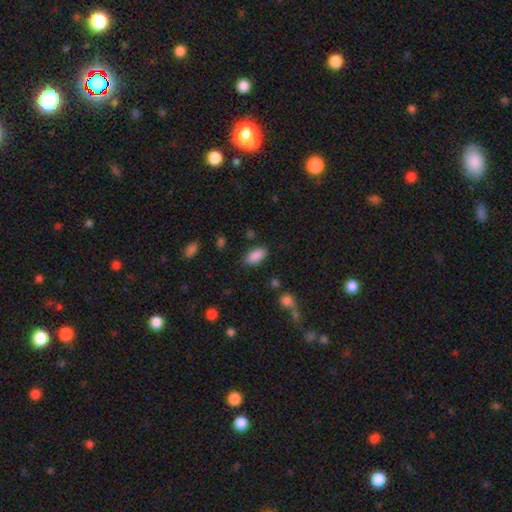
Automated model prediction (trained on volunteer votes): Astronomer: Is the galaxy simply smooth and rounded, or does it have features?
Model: smooth — 88%.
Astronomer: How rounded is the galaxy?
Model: in between — 91%.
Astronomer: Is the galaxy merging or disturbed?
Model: none — 82%.